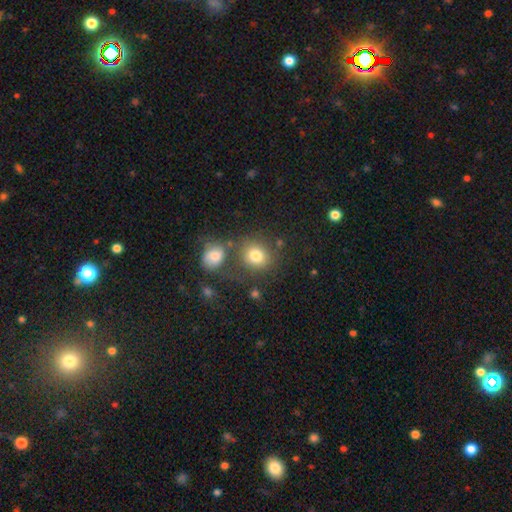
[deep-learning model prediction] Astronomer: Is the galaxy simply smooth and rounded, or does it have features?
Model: smooth — 79%.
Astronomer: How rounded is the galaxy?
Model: round — 75%.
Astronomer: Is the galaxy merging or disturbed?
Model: none — 65%.